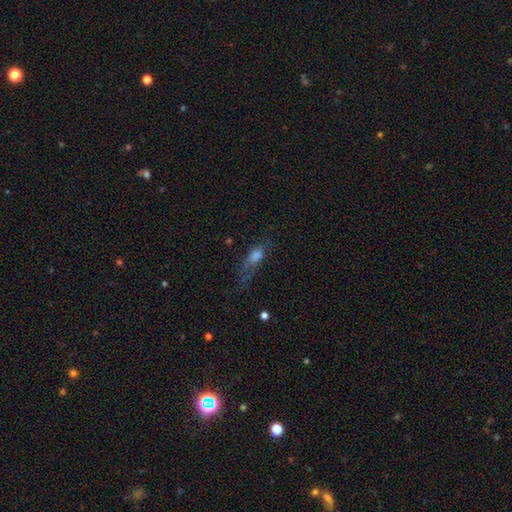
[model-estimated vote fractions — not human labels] Smooth or featured? smooth (56%)
How rounded? in between (55%)
Merging? none (38%)